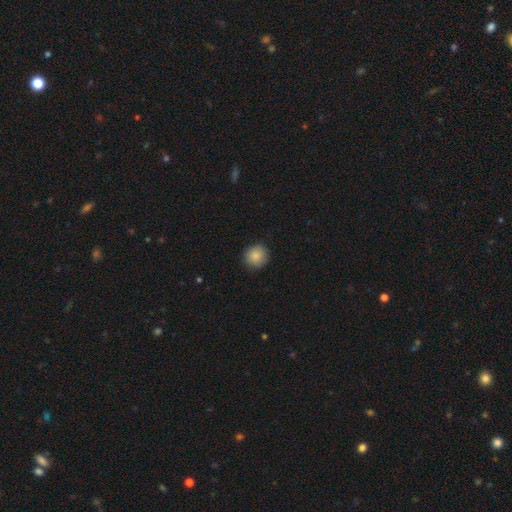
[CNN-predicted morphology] The model was most divided on "smooth or featured": smooth: 87%, star or artifact: 9%, featured or disk: 5%. More confident: how rounded — round (91%); merging — none (89%).